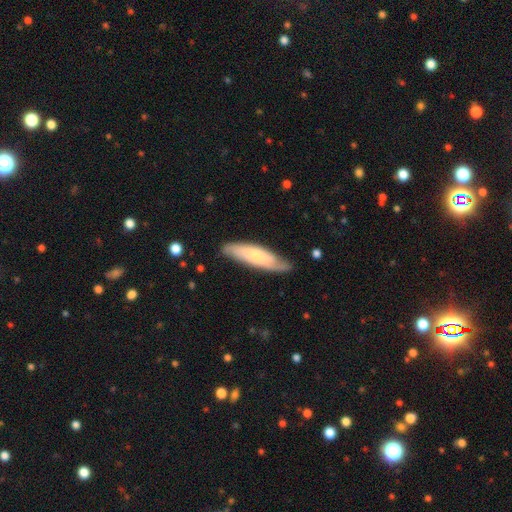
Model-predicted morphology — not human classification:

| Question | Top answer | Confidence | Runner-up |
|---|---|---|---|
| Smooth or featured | smooth | 55% | featured or disk (40%) |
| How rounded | cigar-shaped | 64% | in between (35%) |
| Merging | none | 75% | minor disturbance (20%) |